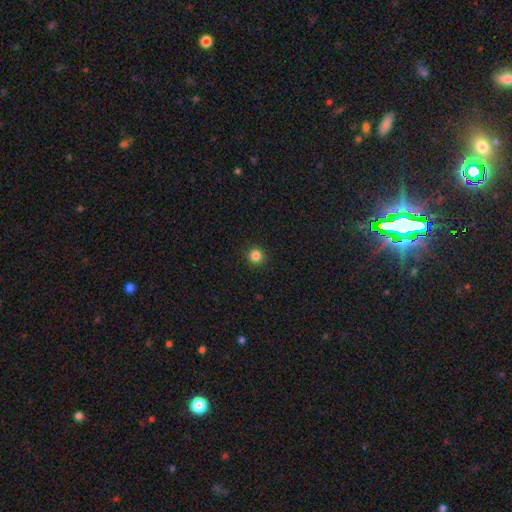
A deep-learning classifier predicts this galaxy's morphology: smooth_or_featured: smooth (p=0.85) [alt: star or artifact p=0.12]
how_rounded: round (p=0.95) [alt: in between p=0.04]
merging: none (p=0.93) [alt: minor disturbance p=0.05]